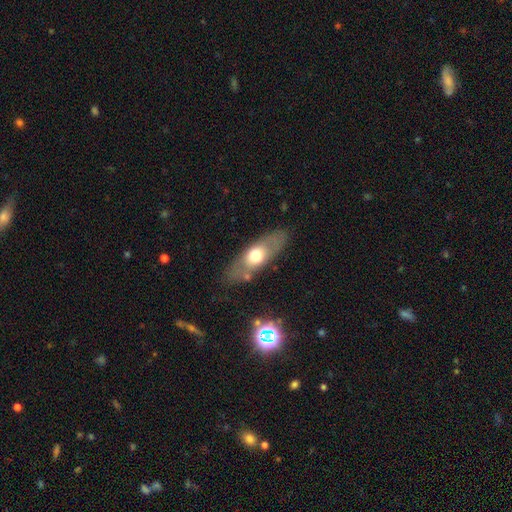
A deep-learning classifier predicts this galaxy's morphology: This is possibly a smooth galaxy (55%). How rounded: likely in between (67%). Merging: likely none (78%).